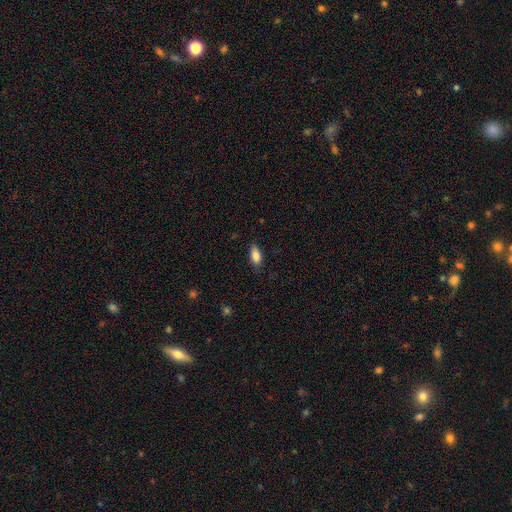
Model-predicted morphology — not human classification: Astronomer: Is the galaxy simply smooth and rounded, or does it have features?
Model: smooth — 84%.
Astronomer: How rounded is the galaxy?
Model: in between — 85%.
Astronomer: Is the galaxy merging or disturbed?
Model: none — 83%.